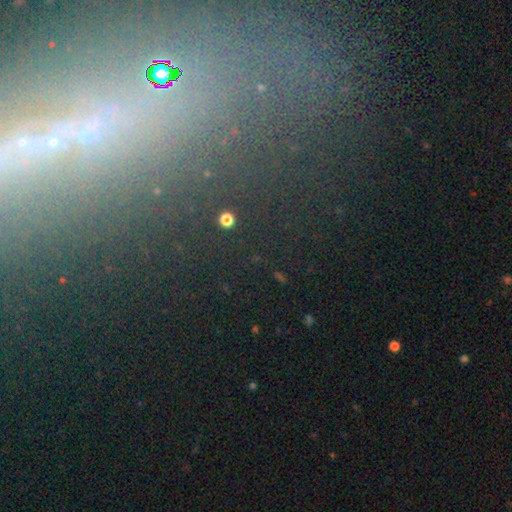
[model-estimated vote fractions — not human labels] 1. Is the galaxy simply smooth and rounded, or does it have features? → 61% star or artifact, 22% smooth, 17% featured or disk.